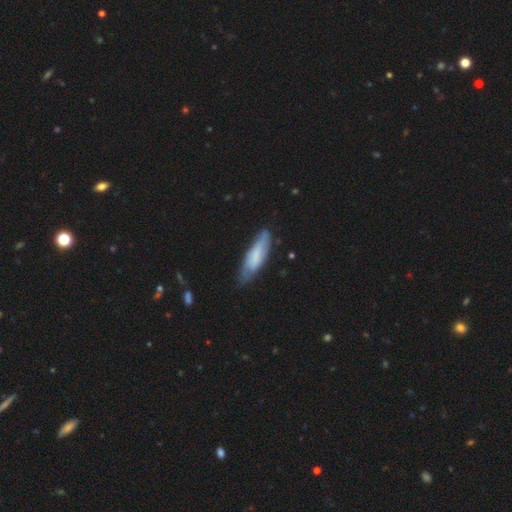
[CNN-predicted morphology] The model was most divided on "how rounded": cigar-shaped: 61%, in between: 37%, round: 1%. More confident: merging — none (68%); smooth or featured — smooth (64%).